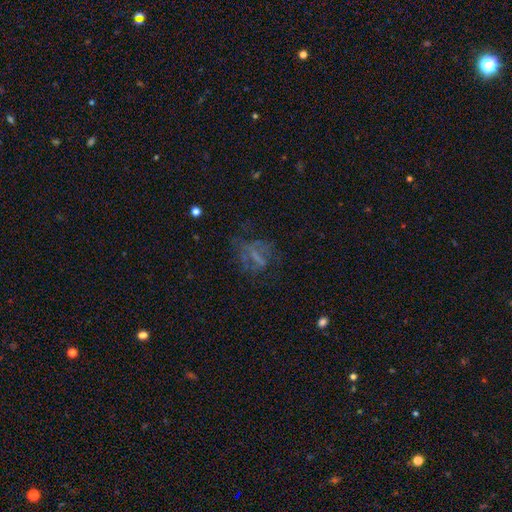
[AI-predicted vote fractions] featured or disk 41%, smooth 31%, star or artifact 28%. Down the decision tree: merging — none (46%).